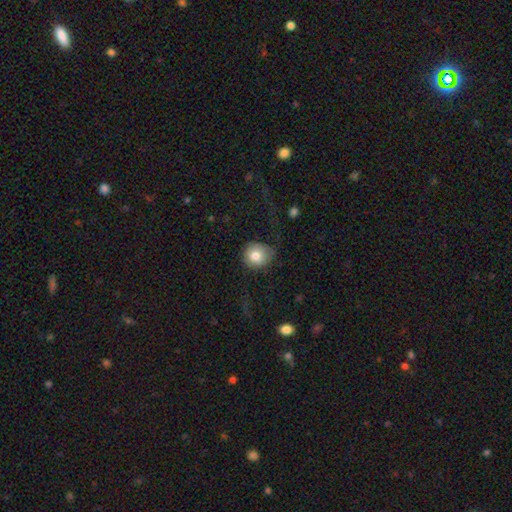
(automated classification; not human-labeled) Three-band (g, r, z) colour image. It shows a smooth galaxy with no disk features (80%) that is round (86%). Merging: none (62%).